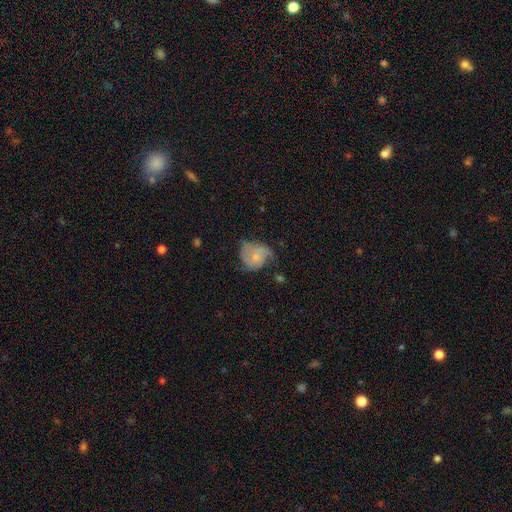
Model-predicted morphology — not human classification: smooth-or-featured: featured or disk: 59% | smooth: 34% | star or artifact: 7%
  disk-edge-on: no: 98% | yes: 2%
    bar: no: 76% | weak: 21% | strong: 3%
    has-spiral-arms: yes: 84% | no: 16%
    bulge-size: small: 53% | moderate: 33% | none: 10% | large: 2% | dominant: 1%
  merging: none: 43% | minor disturbance: 31% | major disturbance: 23% | merger: 3%